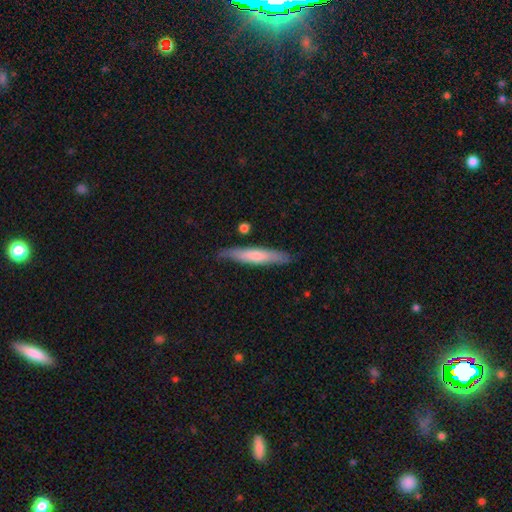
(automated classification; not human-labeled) Q: Smooth or featured?
A: smooth (62%); runner-up: featured or disk (33%)
Q: How rounded?
A: cigar-shaped (89%); runner-up: in between (10%)
Q: Merging?
A: none (80%); runner-up: minor disturbance (15%)